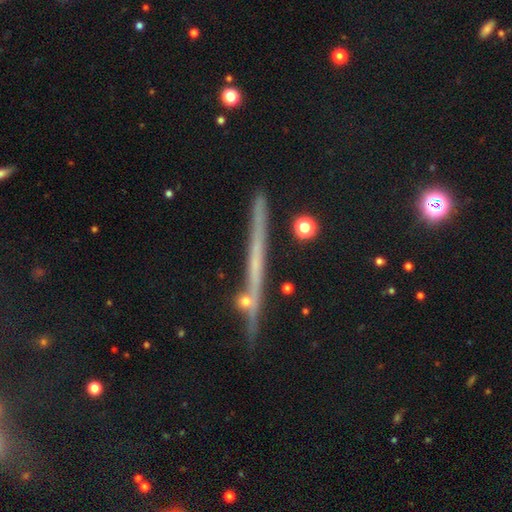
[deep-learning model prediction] The model was most divided on "smooth or featured": featured or disk: 58%, smooth: 31%, star or artifact: 11%. More confident: edge-on disk — yes (95%); edge-on bulge — none (83%); merging — none (79%).